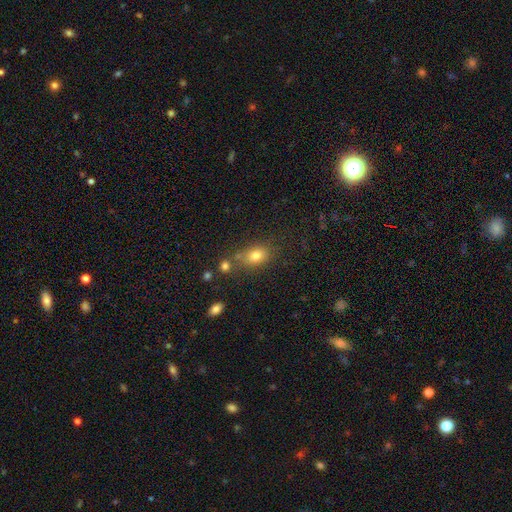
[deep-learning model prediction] A smooth galaxy with no disk features (77%) that is in between round and cigar-shaped (66%).

Vote fractions:
- Smooth or featured? smooth: 77% / star or artifact: 13% / featured or disk: 10%
- How rounded? in between: 66% / round: 32% / cigar-shaped: 2%
- Merging? none: 62% / minor disturbance: 16% / merger: 15% / major disturbance: 6%